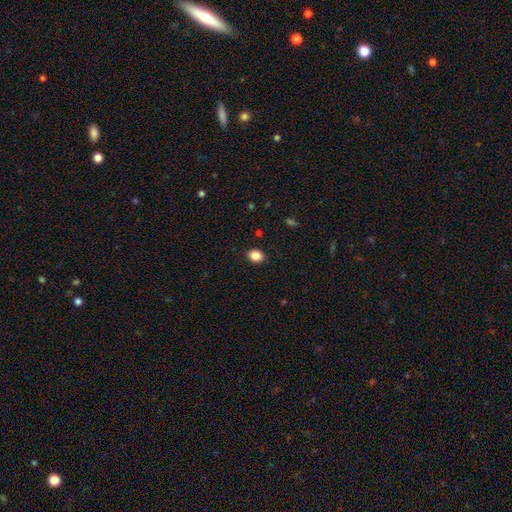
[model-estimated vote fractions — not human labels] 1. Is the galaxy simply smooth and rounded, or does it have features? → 86% smooth, 10% star or artifact, 4% featured or disk.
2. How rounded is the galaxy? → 52% round, 47% in between, 1% cigar-shaped.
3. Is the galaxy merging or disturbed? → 89% none, 8% minor disturbance, 2% major disturbance, 1% merger.